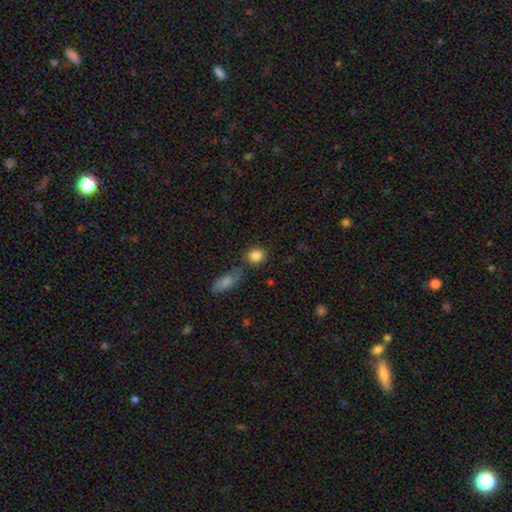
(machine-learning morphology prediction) This is clearly a smooth galaxy (86%). How rounded: likely round (64%). Merging: likely none (69%).